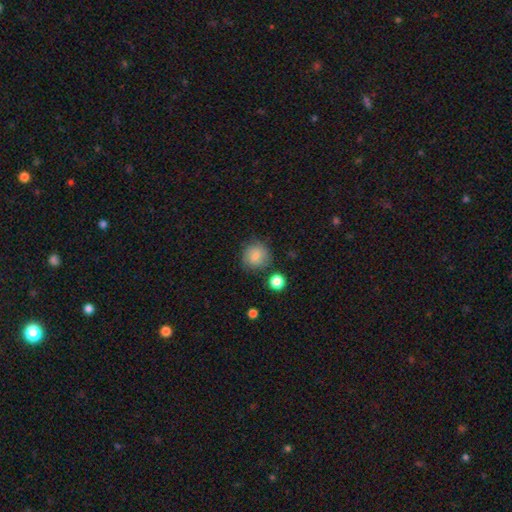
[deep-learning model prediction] Smooth or featured?
  - smooth: 78% *
  - featured or disk: 13%
  - star or artifact: 9%
How rounded?
  - round: 86% *
  - in between: 13%
  - cigar-shaped: 1%
Merging?
  - none: 78% *
  - minor disturbance: 14%
  - major disturbance: 4%
  - merger: 4%